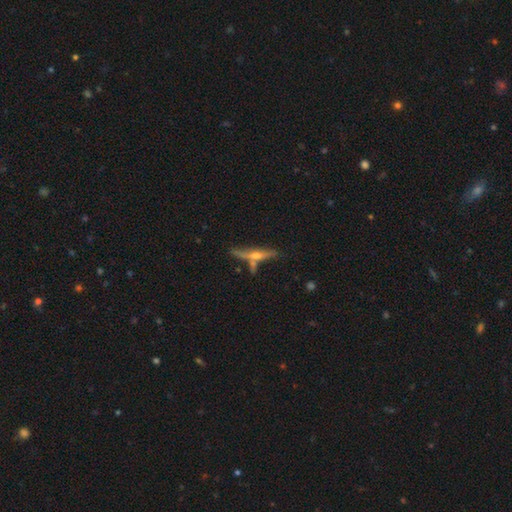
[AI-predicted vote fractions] Overall: featured or disk (62%; smooth 30%). Edge-on disk: yes (93%). Edge-on bulge: rounded (84%). Merging: none (62%).